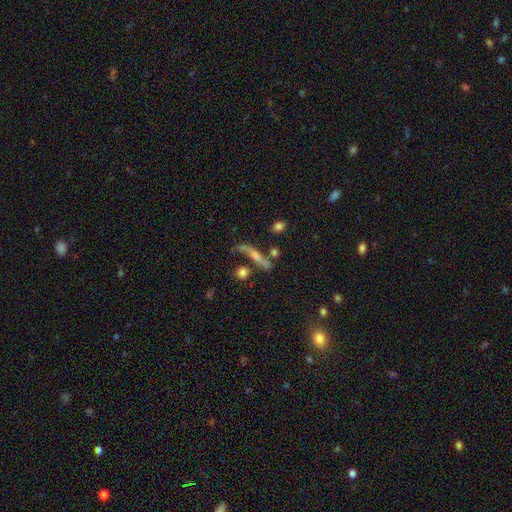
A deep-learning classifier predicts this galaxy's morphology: Smooth or featured?
  - featured or disk: 54% *
  - smooth: 31%
  - star or artifact: 15%
Edge-on disk?
  - yes: 72% *
  - no: 28%
Merging?
  - none: 56% *
  - minor disturbance: 17%
  - merger: 15%
  - major disturbance: 12%